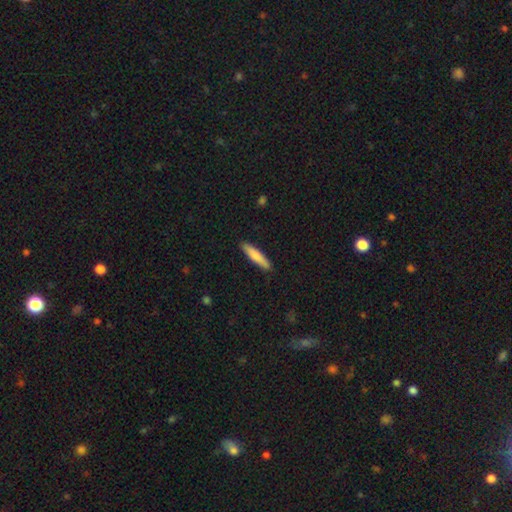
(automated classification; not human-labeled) Morphology: type=smooth (76%); roundness=cigar-shaped (87%); merging=none (90%).